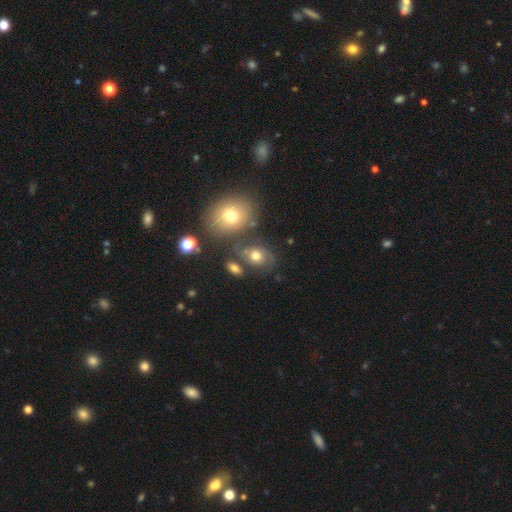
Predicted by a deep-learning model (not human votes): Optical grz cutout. It shows a smooth galaxy with no disk features (58%) that is in between round and cigar-shaped (53%). Merging: none (57%).